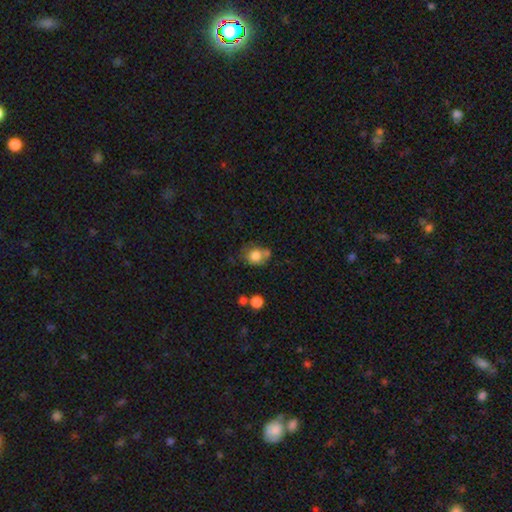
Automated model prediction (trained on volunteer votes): Smooth or featured?
  - smooth: 80% *
  - star or artifact: 10%
  - featured or disk: 10%
How rounded?
  - round: 67% *
  - in between: 33%
  - cigar-shaped: 1%
Merging?
  - none: 50% *
  - merger: 22%
  - minor disturbance: 20%
  - major disturbance: 8%